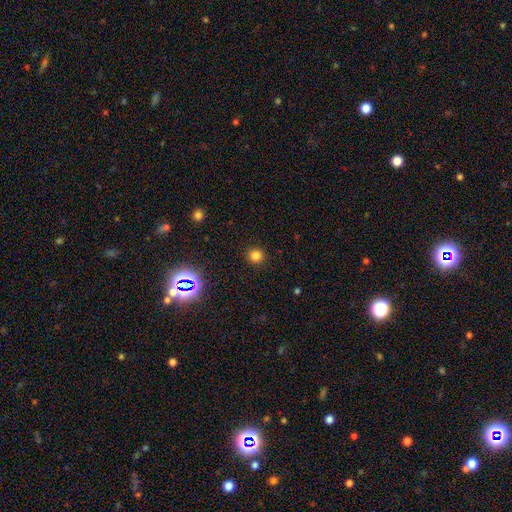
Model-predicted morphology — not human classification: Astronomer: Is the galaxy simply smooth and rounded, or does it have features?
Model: smooth — 80%.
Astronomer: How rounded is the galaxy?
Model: round — 92%.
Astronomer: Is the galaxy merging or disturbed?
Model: none — 91%.